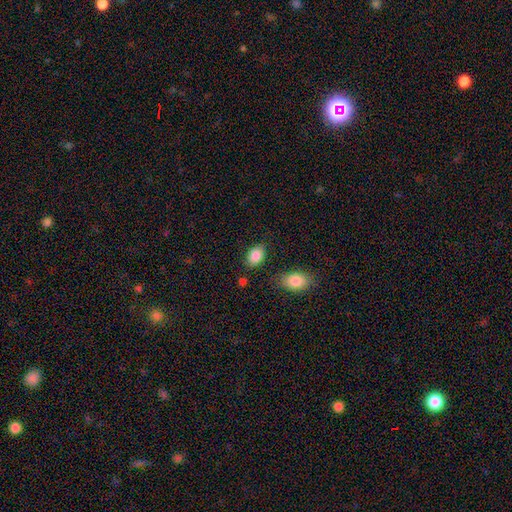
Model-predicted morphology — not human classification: This is clearly a smooth galaxy (88%). How rounded: clearly in between (83%). Merging: likely none (79%).